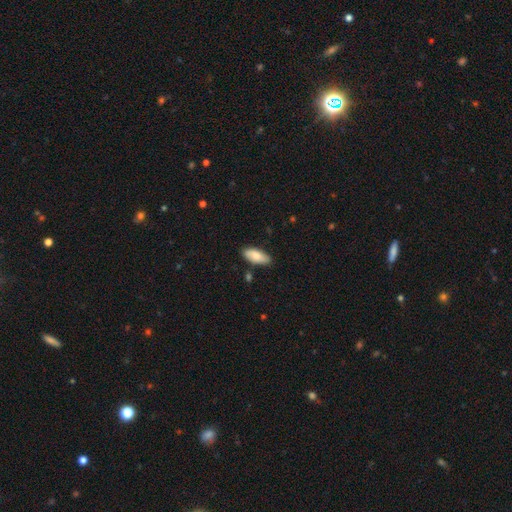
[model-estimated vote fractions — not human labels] Smooth or featured? Predicted: smooth (p=0.83). How rounded? Predicted: in between (p=0.85). Merging? Predicted: none (p=0.82).